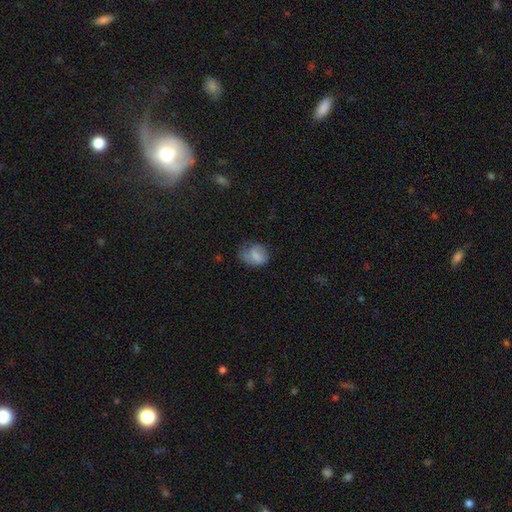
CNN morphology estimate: type=smooth (75%); roundness=in between (63%); merging=none (46%).